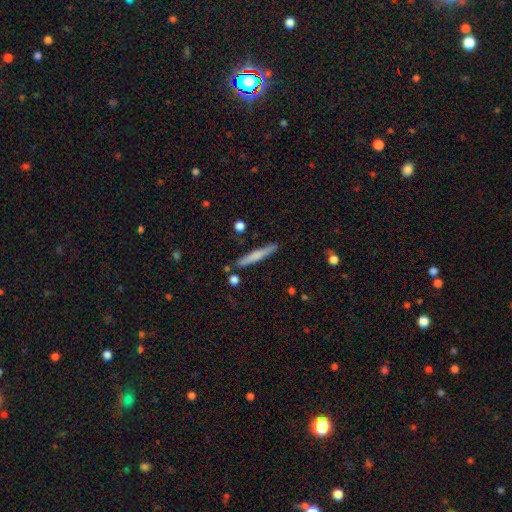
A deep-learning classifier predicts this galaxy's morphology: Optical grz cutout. It shows a smooth galaxy with no disk features (64%) that is cigar-shaped (95%). Merging: none (85%).